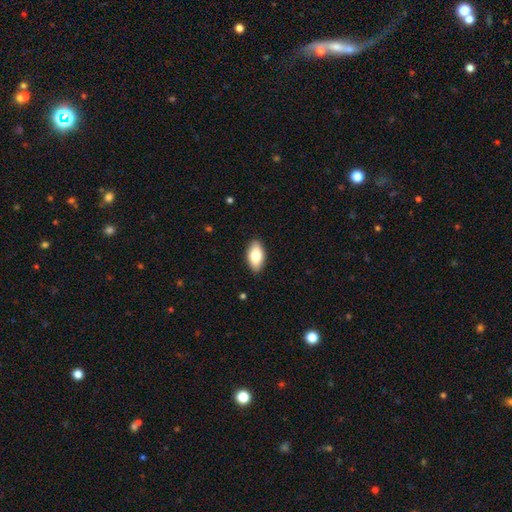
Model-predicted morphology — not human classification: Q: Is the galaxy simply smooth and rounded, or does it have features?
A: smooth — 79%.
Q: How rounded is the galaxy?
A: in between — 92%.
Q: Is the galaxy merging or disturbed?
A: none — 88%.